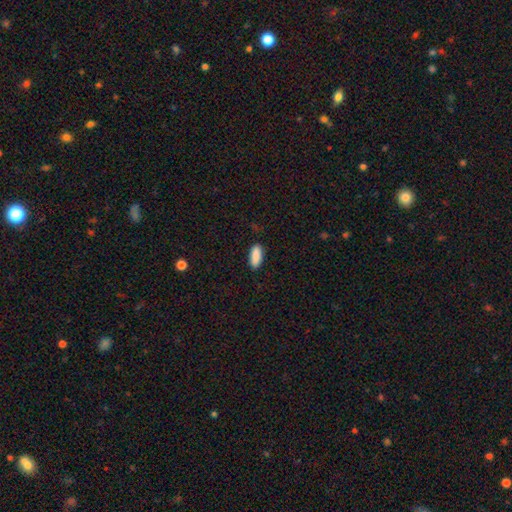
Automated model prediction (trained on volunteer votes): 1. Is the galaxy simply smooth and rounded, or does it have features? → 90% smooth, 6% star or artifact, 4% featured or disk.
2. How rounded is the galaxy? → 84% in between, 15% cigar-shaped, 2% round.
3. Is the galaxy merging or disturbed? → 87% none, 10% minor disturbance, 2% major disturbance, 1% merger.